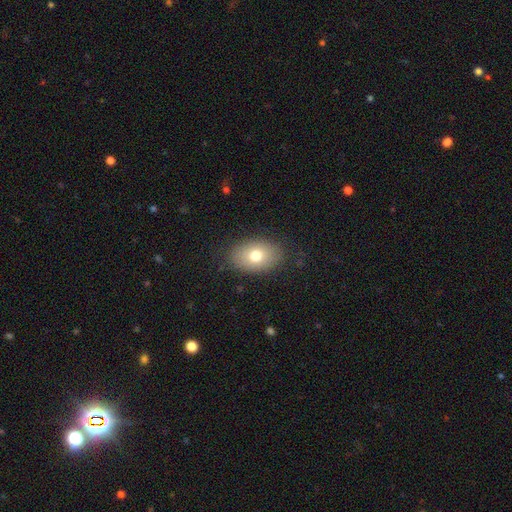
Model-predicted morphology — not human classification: Smooth or featured?
  - smooth: 75% *
  - featured or disk: 16%
  - star or artifact: 9%
How rounded?
  - in between: 84% *
  - round: 15%
  - cigar-shaped: 1%
Merging?
  - none: 84% *
  - minor disturbance: 12%
  - major disturbance: 4%
  - merger: 1%